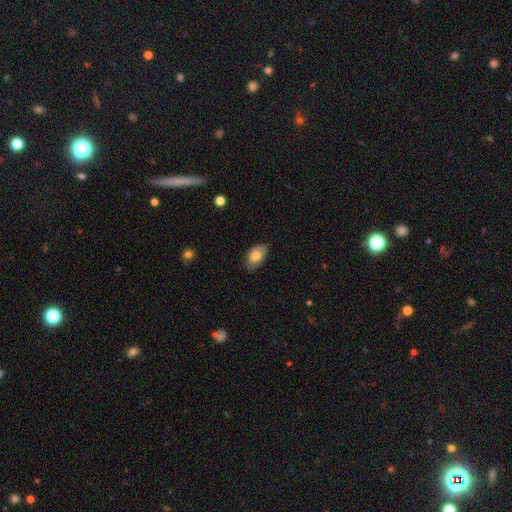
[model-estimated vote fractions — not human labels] smooth 79%, featured or disk 15%, star or artifact 7%. Down the decision tree: how rounded — in between (93%); merging — none (77%).